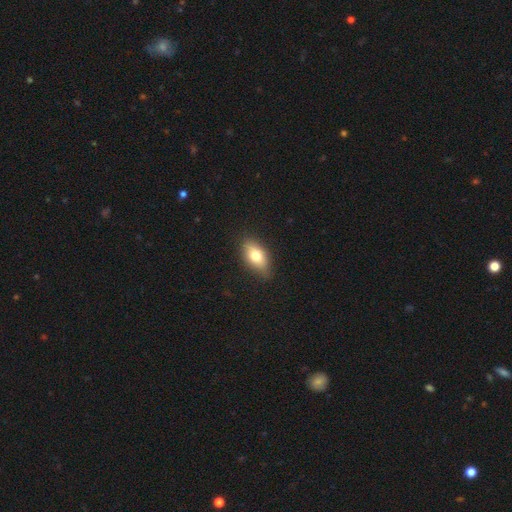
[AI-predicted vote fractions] A smooth galaxy with no disk features (72%) that is in between round and cigar-shaped (86%). Merging: none (82%).